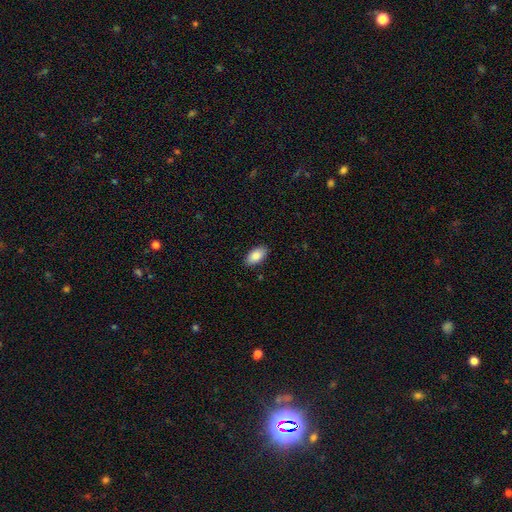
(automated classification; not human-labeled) The model was most divided on "merging": none: 88%, minor disturbance: 9%, major disturbance: 2%, merger: 1%. More confident: how rounded — in between (94%); smooth or featured — smooth (87%).